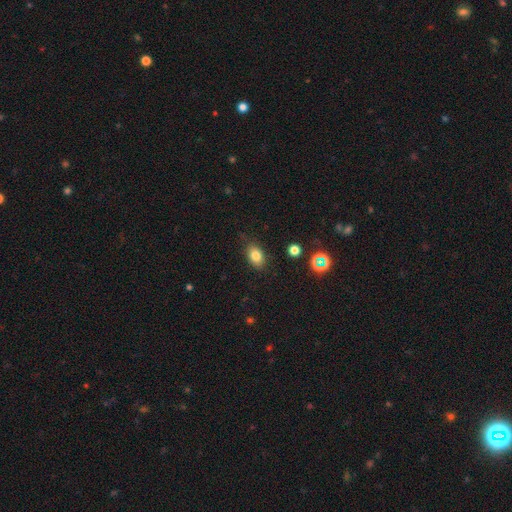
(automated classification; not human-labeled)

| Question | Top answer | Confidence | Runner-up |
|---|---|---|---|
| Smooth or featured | smooth | 80% | star or artifact (11%) |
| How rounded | in between | 83% | round (15%) |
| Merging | none | 82% | minor disturbance (13%) |